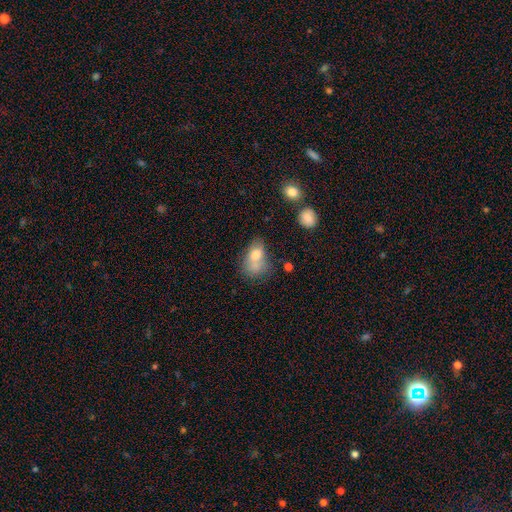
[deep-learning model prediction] This is likely a smooth galaxy (70%). How rounded: likely in between (79%). Merging: marginally merger (34%).